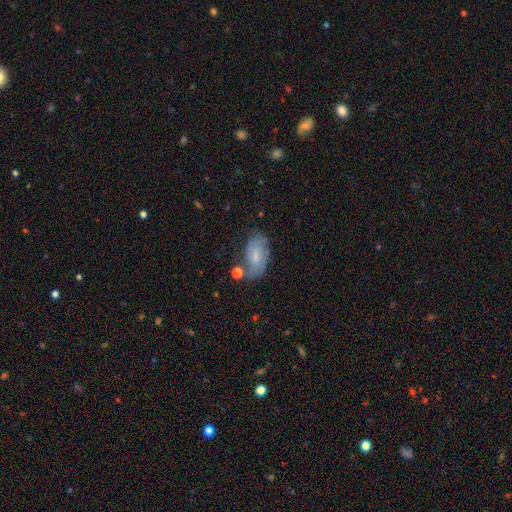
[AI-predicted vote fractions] Smooth or featured: smooth — 51% (featured or disk — 40%)
How rounded: in between — 90% (round — 6%)
Merging: none — 59% (minor disturbance — 24%)